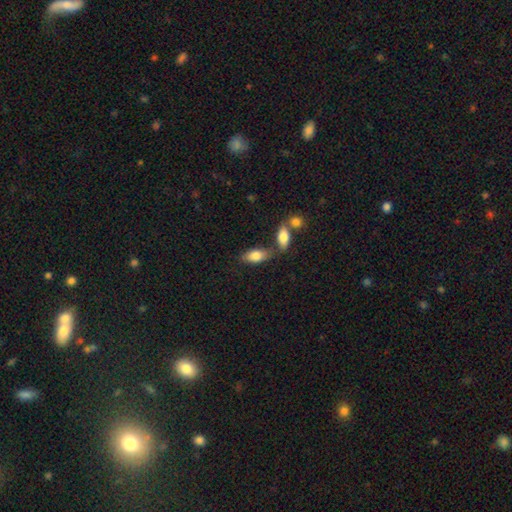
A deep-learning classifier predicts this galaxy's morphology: Smooth or featured: smooth — 80% (featured or disk — 14%)
How rounded: in between — 88% (cigar-shaped — 8%)
Merging: none — 60% (merger — 21%)